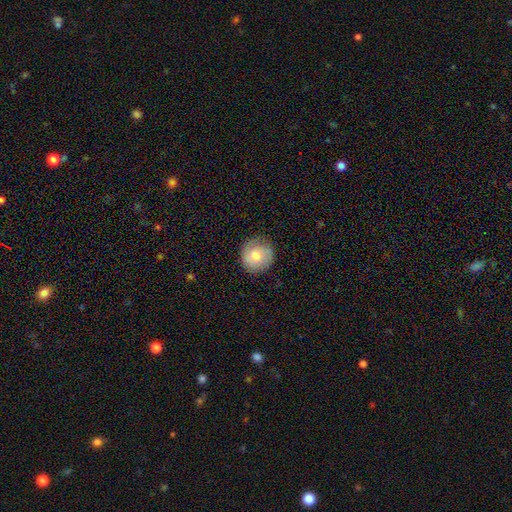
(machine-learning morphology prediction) smooth_or_featured: smooth (p=0.71) [alt: featured or disk p=0.22]
how_rounded: round (p=0.91) [alt: in between p=0.08]
merging: none (p=0.82) [alt: minor disturbance p=0.14]